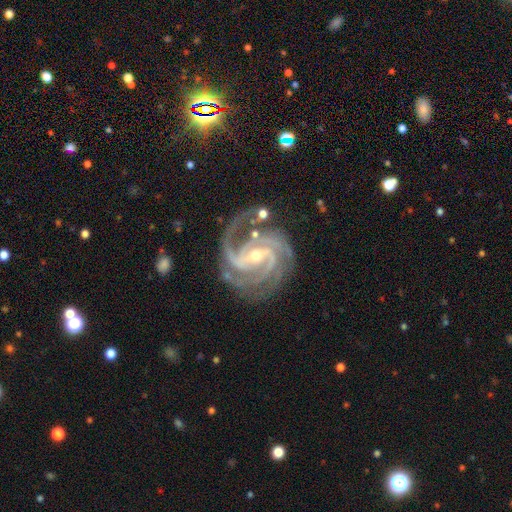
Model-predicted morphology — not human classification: Smooth or featured? featured or disk (94%)
Edge-on disk? no (98%)
Bar? weak (40%)
Spiral arms? yes (99%)
Spiral winding? tight (55%)
Spiral arm count? 3 (45%)
Bulge size? small (59%)
Merging? none (74%)